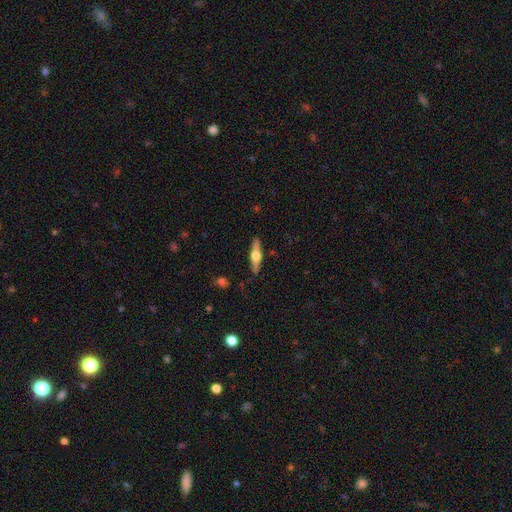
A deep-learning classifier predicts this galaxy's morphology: Q: Smooth or featured?
A: featured or disk (65%); runner-up: smooth (29%)
Q: Edge-on disk?
A: yes (96%); runner-up: no (4%)
Q: Edge-on bulge?
A: rounded (95%); runner-up: boxy (3%)
Q: Merging?
A: none (89%); runner-up: minor disturbance (8%)